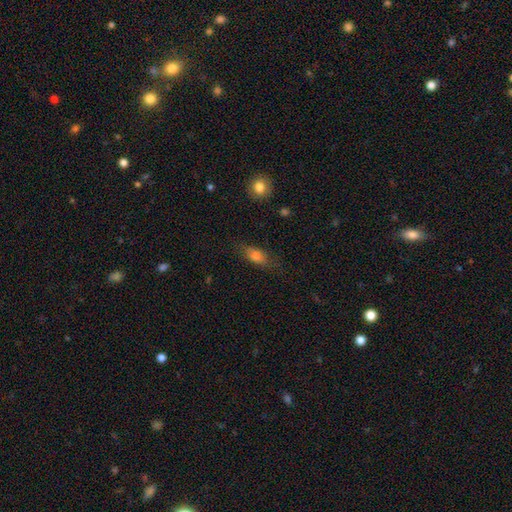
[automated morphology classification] The model was most divided on "how rounded": in between: 71%, cigar-shaped: 22%, round: 6%. More confident: merging — none (72%); smooth or featured — smooth (71%).